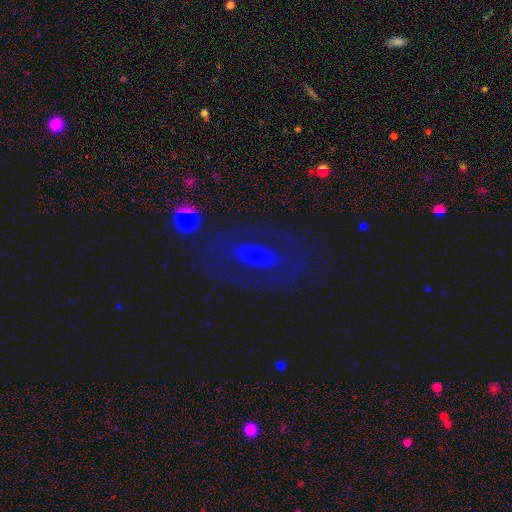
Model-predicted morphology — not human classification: Smooth or featured: featured or disk — 52% (smooth — 32%)
Edge-on disk: no — 90% (yes — 10%)
Merging: none — 73% (minor disturbance — 13%)